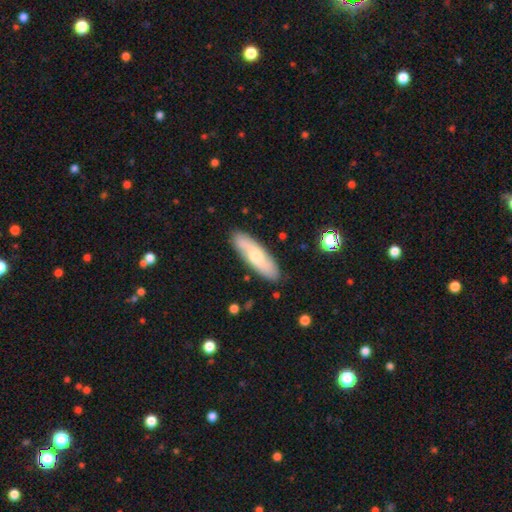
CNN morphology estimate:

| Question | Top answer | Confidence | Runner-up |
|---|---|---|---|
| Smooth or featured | smooth | 57% | featured or disk (37%) |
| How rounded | cigar-shaped | 54% | in between (44%) |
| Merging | none | 86% | minor disturbance (10%) |